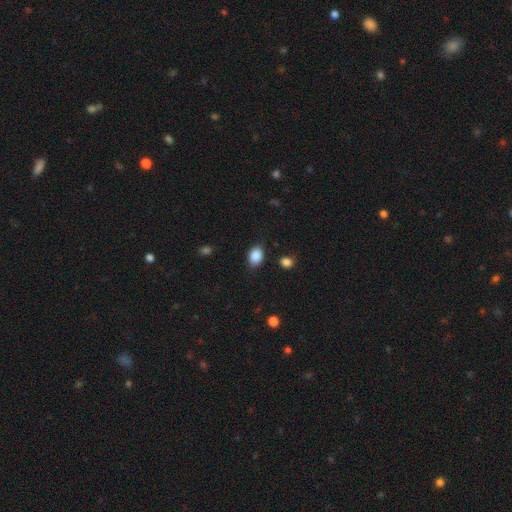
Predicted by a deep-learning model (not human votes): A smooth galaxy with no disk features (87%) that is in between round and cigar-shaped (75%). Merging: none (80%).